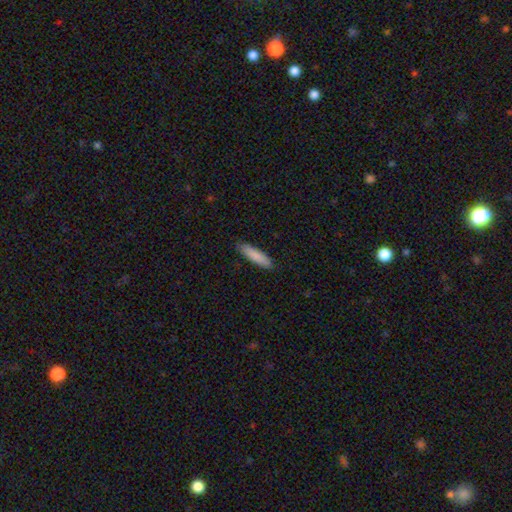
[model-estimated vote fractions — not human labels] A smooth galaxy with no disk features (86%) that is cigar-shaped (76%).

Vote fractions:
- Smooth or featured? smooth: 86% / featured or disk: 8% / star or artifact: 6%
- How rounded? cigar-shaped: 76% / in between: 23% / round: 1%
- Merging? none: 88% / minor disturbance: 9% / major disturbance: 2% / merger: 1%